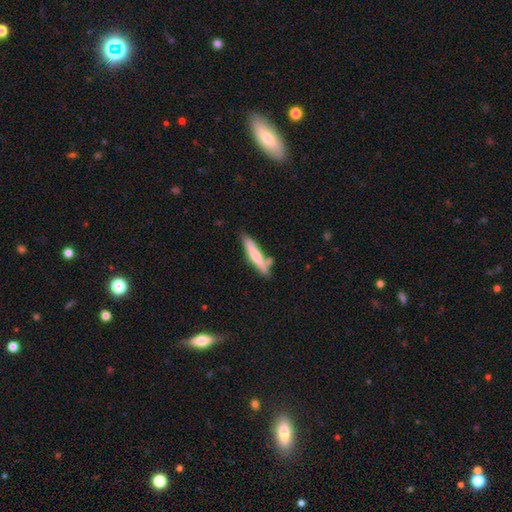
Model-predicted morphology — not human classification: Overall: smooth (65%; featured or disk 29%). How rounded: cigar-shaped (89%). Merging: none (69%).